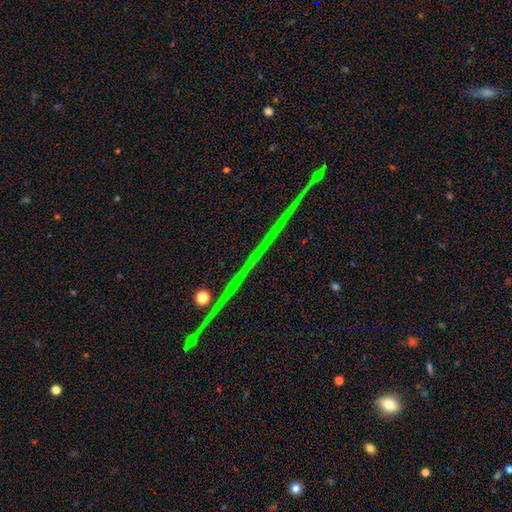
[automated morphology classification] A star or artifact, not a galaxy (77%).

Vote fractions:
- Smooth or featured? star or artifact: 77% / featured or disk: 16% / smooth: 7%